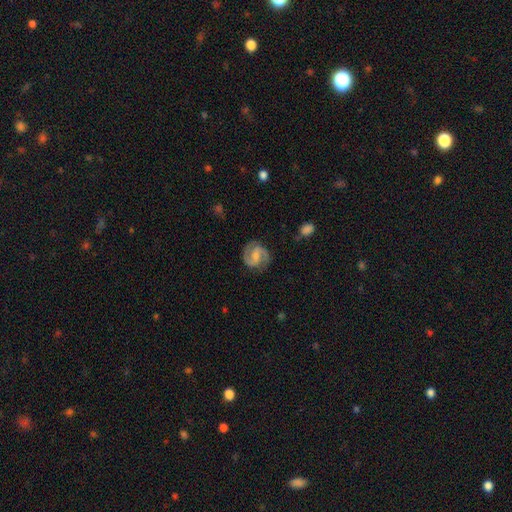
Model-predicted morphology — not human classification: featured or disk 86%, smooth 10%, star or artifact 5%. Down the decision tree: edge-on disk — no (98%); bar — weak (50%); spiral arms — yes (97%); spiral arm count — 2 (93%); spiral winding — medium (54%); bulge size — moderate (39%); merging — none (82%).